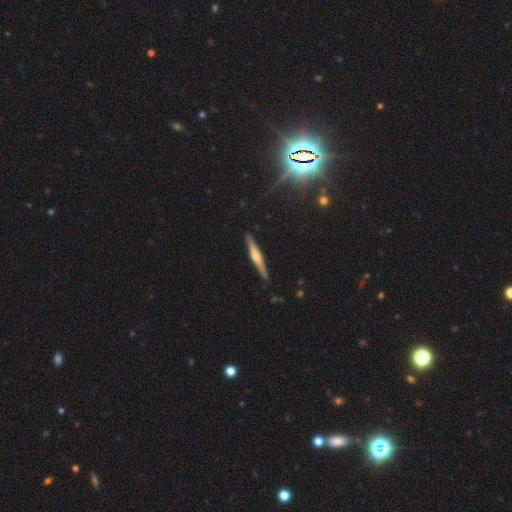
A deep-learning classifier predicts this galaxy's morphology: Smooth or featured: featured or disk — 67% (smooth — 26%)
Edge-on disk: yes — 98% (no — 2%)
Edge-on bulge: rounded — 77% (boxy — 12%)
Merging: none — 89% (minor disturbance — 8%)